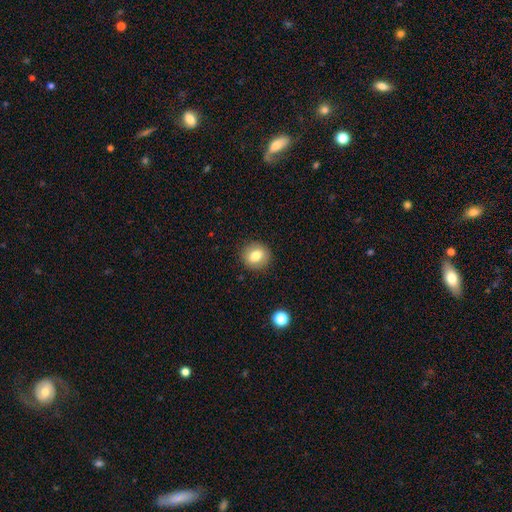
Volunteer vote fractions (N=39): A smooth galaxy with no disk features (79%) that is round (87%).

Vote fractions:
- Smooth or featured? smooth: 79% / featured or disk: 21% / star or artifact: 0%
- How rounded? round: 87% / in between: 13% / cigar-shaped: 0%
- Merging? none: 92% / minor disturbance: 5% / merger: 3% / major disturbance: 0%